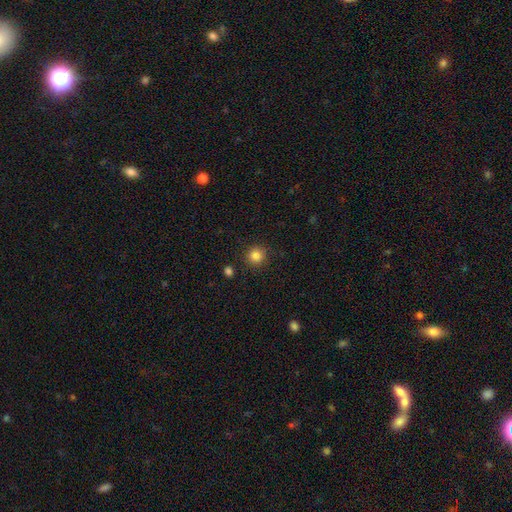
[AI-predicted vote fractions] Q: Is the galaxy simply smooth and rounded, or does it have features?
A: smooth — 84%.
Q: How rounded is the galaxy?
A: round — 94%.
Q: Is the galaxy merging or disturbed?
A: none — 89%.